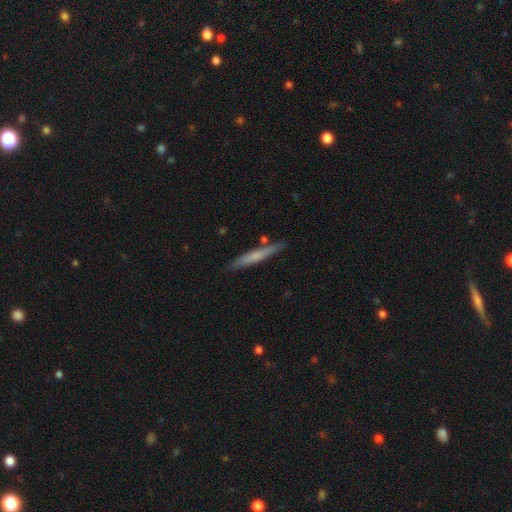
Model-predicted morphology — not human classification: type=smooth (53%); roundness=cigar-shaped (95%); merging=none (84%).